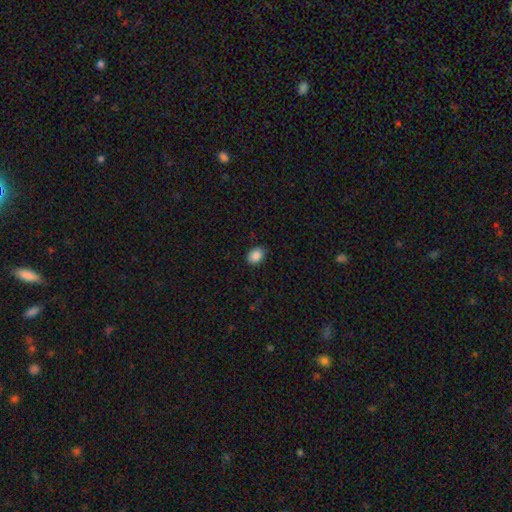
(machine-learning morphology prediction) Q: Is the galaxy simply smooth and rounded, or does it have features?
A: smooth — 88%.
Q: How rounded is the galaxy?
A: in between — 71%.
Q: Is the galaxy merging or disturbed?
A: none — 86%.